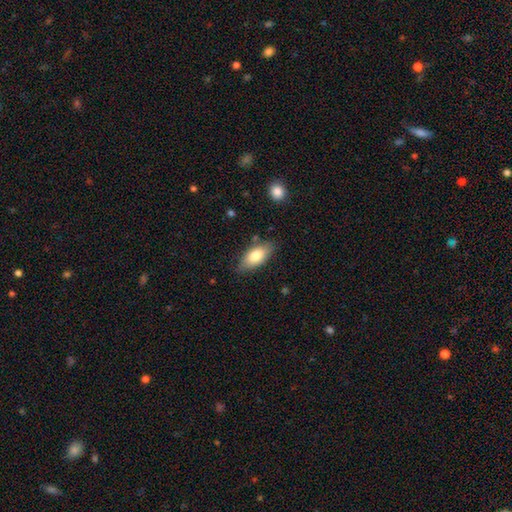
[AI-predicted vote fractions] A smooth galaxy with no disk features (78%) that is in between round and cigar-shaped (88%). Merging: none (79%).